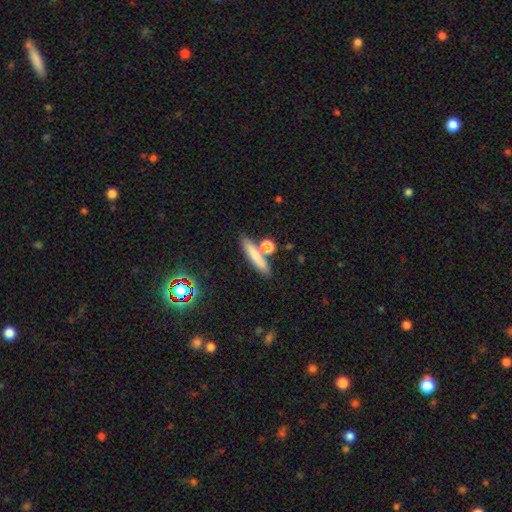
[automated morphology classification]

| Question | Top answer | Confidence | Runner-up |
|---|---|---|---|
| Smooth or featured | smooth | 75% | featured or disk (16%) |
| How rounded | cigar-shaped | 76% | in between (16%) |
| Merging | none | 70% | merger (16%) |